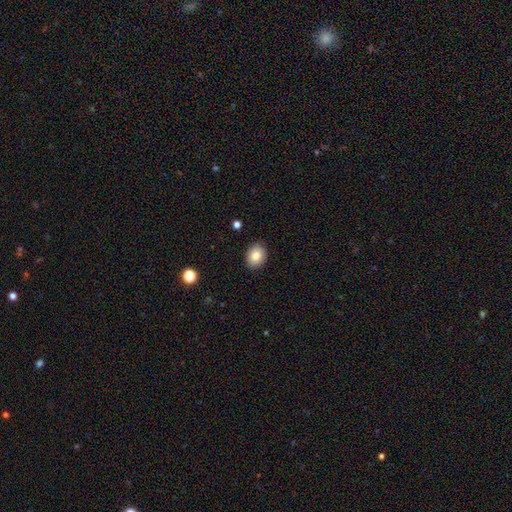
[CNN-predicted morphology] The model was most divided on "how rounded": in between: 60%, round: 39%, cigar-shaped: 1%. More confident: merging — none (90%); smooth or featured — smooth (82%).